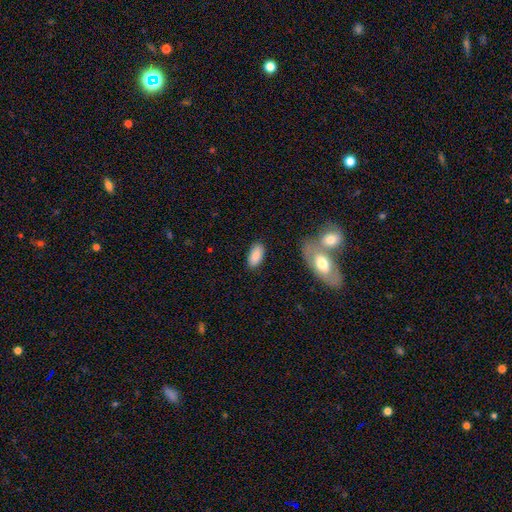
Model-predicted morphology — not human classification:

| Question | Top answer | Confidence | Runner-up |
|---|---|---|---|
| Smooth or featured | smooth | 87% | star or artifact (6%) |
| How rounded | in between | 90% | cigar-shaped (8%) |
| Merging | none | 83% | minor disturbance (11%) |